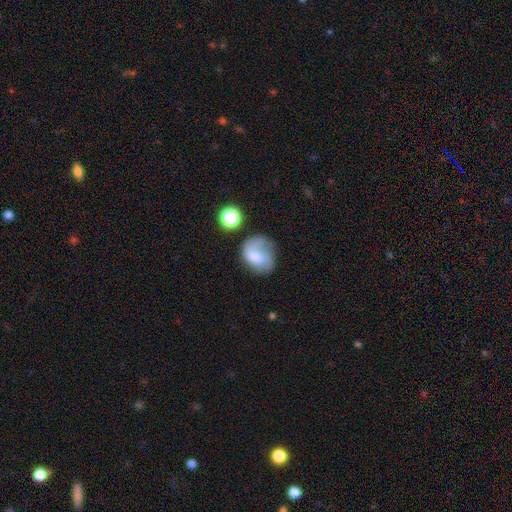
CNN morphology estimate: The model was most divided on "how rounded": round: 52%, in between: 47%, cigar-shaped: 1%. Remaining: smooth or featured — smooth (60%); merging — none (43%).